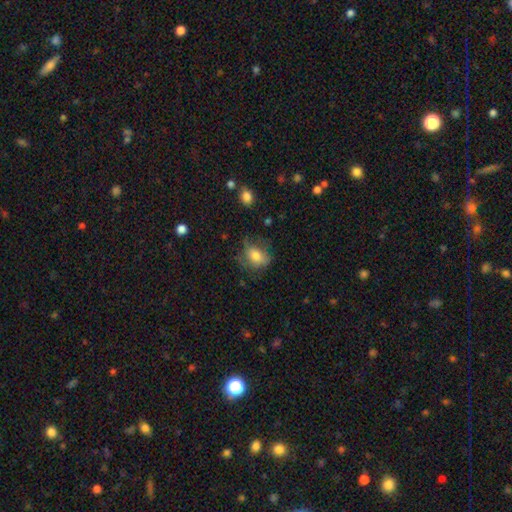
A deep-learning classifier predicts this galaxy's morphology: Overall: smooth (70%). How rounded: in between (66%; round 32%). Merging: none (53%; minor disturbance 28%).